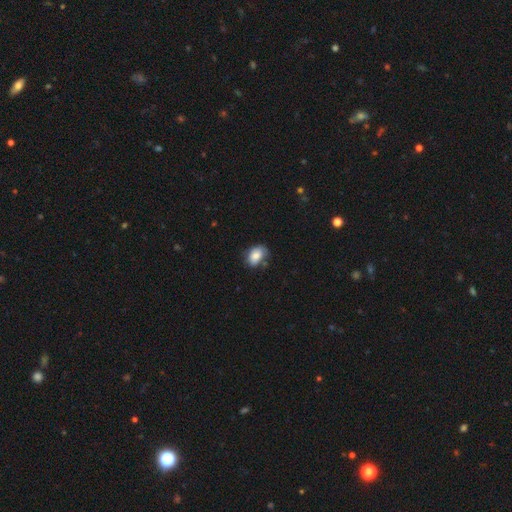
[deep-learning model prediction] Smooth or featured? Predicted: smooth (p=0.81). How rounded? Predicted: in between (p=0.83). Merging? Predicted: none (p=0.61).